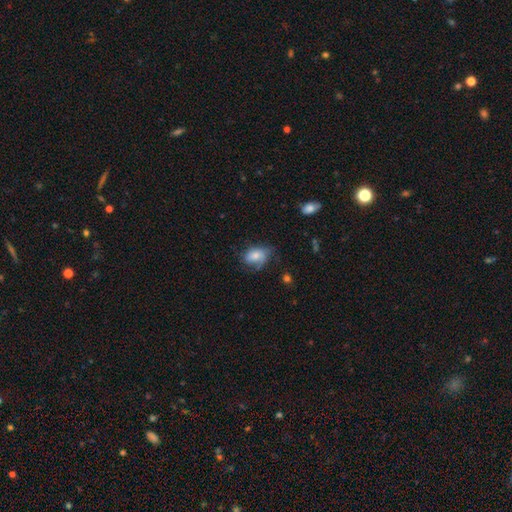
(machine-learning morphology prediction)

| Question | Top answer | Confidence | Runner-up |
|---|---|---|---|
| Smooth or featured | smooth | 61% | featured or disk (31%) |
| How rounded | in between | 81% | round (17%) |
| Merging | none | 47% | minor disturbance (31%) |